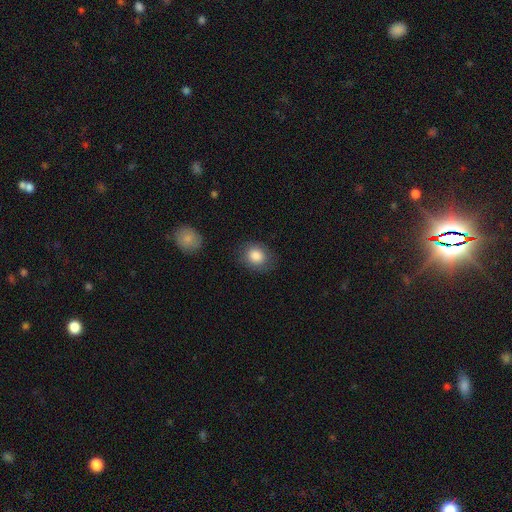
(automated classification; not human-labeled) A smooth galaxy with no disk features (85%) that is round (58%).

Vote fractions:
- Smooth or featured? smooth: 85% / star or artifact: 8% / featured or disk: 7%
- How rounded? round: 58% / in between: 41% / cigar-shaped: 1%
- Merging? none: 80% / minor disturbance: 14% / major disturbance: 4% / merger: 2%